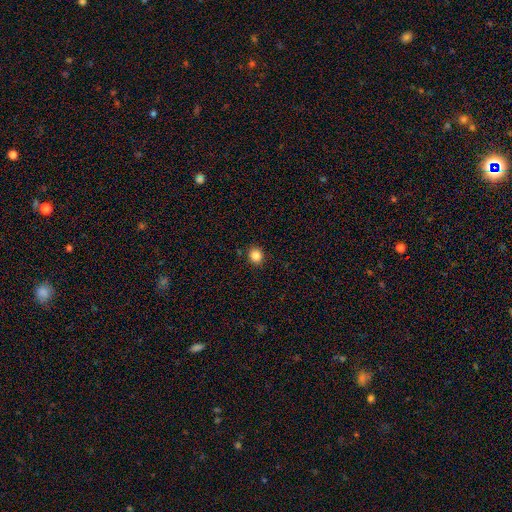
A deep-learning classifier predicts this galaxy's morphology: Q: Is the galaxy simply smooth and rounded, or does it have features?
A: smooth — 85%.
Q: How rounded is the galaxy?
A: round — 82%.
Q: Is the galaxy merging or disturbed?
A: none — 91%.